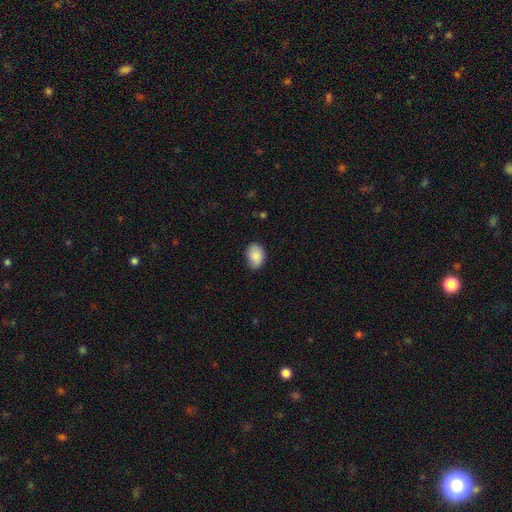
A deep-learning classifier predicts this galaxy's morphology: type=smooth (88%); roundness=in between (76%); merging=none (77%).